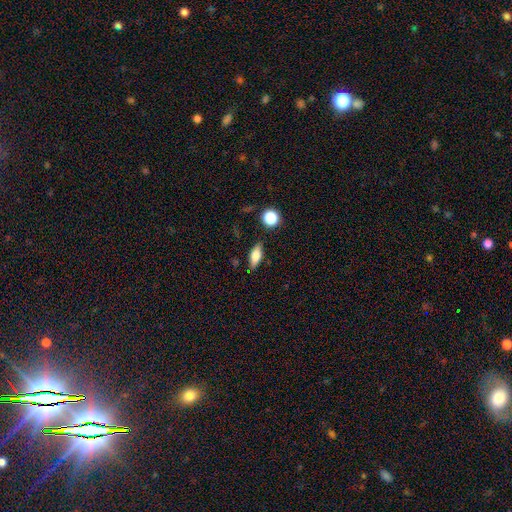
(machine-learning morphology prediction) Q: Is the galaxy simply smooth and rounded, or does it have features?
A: smooth — 71%.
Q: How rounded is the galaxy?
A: in between — 76%.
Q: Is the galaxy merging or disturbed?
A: none — 83%.